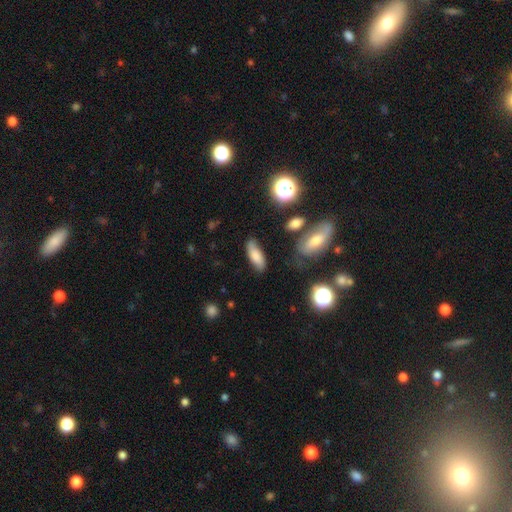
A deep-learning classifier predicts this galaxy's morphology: A smooth galaxy with no disk features (76%) that is in between round and cigar-shaped (68%).

Vote fractions:
- Smooth or featured? smooth: 76% / featured or disk: 16% / star or artifact: 9%
- How rounded? in between: 68% / cigar-shaped: 29% / round: 3%
- Merging? none: 75% / minor disturbance: 17% / major disturbance: 4% / merger: 3%